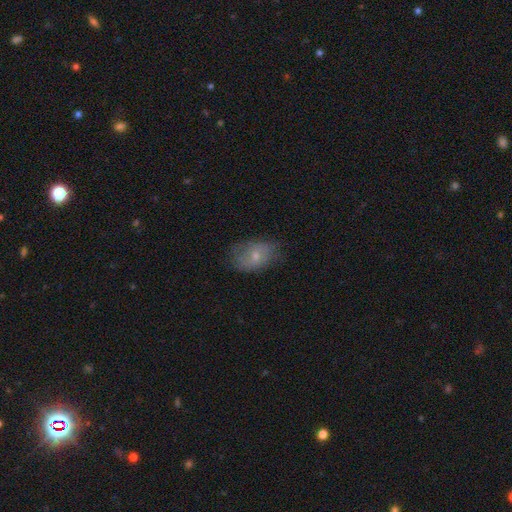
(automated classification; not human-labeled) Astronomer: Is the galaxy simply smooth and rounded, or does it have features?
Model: smooth — 60%.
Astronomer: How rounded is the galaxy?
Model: in between — 83%.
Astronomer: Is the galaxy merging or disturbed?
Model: none — 64%.